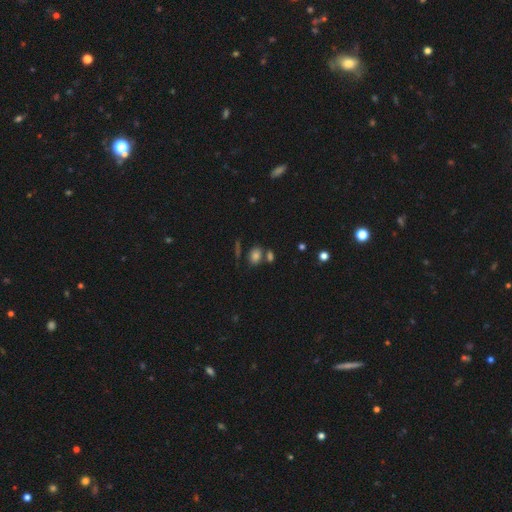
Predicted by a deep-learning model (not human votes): This is likely a smooth galaxy (79%). How rounded: likely in between (68%). Merging: likely none (60%).